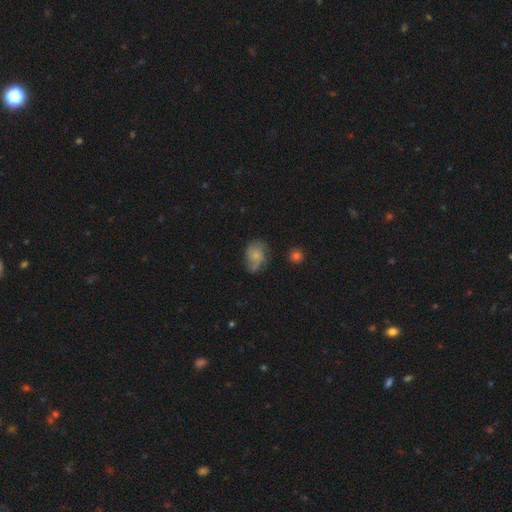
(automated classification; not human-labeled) smooth-or-featured: smooth: 61% | featured or disk: 29% | star or artifact: 10%
  how-rounded: in between: 62% | round: 36% | cigar-shaped: 1%
  merging: none: 48% | minor disturbance: 31% | major disturbance: 14% | merger: 7%